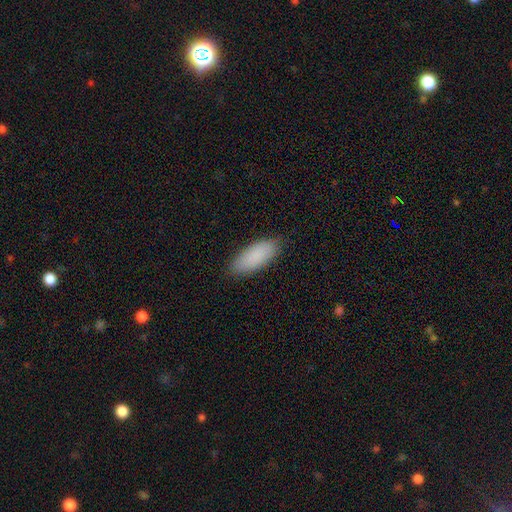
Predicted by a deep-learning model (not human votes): smooth 89%, star or artifact 6%, featured or disk 5%. Down the decision tree: how rounded — in between (81%); merging — none (87%).